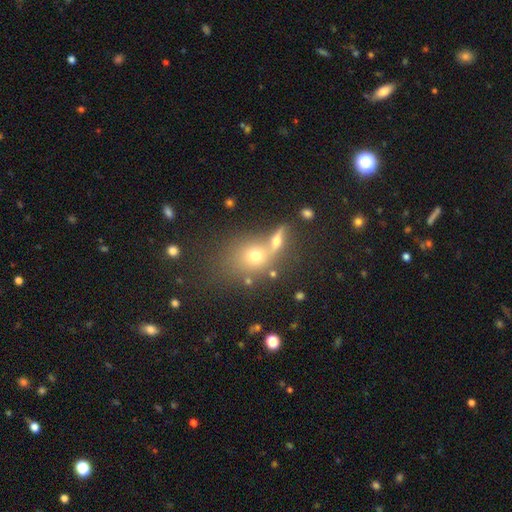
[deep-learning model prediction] Morphology: type=smooth (57%); roundness=round (59%); merging=merger (42%).